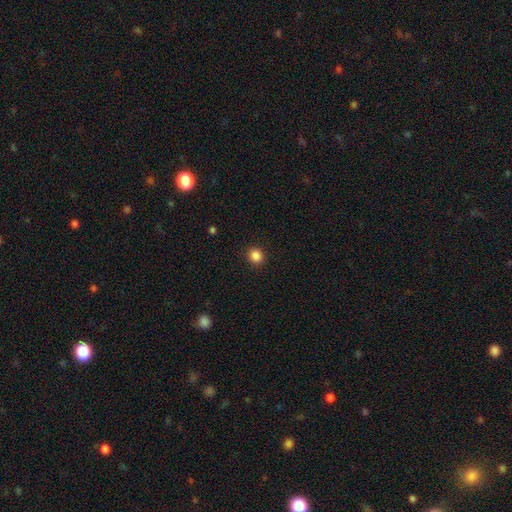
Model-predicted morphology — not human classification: The model was most divided on "how rounded": round: 86%, in between: 13%, cigar-shaped: 1%. More confident: merging — none (92%); smooth or featured — smooth (86%).